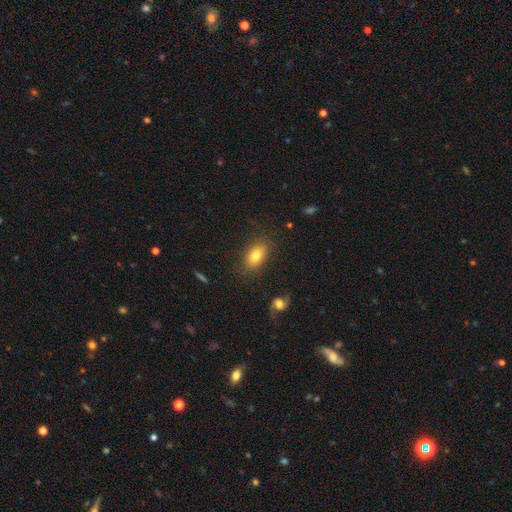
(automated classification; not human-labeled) Morphology: type=smooth (78%); roundness=in between (87%); merging=none (81%).